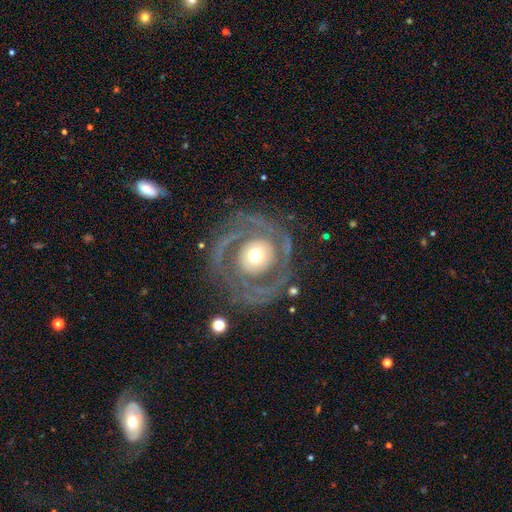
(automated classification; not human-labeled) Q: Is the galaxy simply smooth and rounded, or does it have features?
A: featured or disk — 79%.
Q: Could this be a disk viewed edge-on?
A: no — 97%.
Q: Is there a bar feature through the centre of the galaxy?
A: no — 79%.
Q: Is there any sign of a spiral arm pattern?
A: yes — 74%.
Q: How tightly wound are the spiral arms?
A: tight — 55%.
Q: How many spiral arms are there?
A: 2 — 46%.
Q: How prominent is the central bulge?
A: moderate — 59%.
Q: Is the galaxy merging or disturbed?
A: none — 73%.